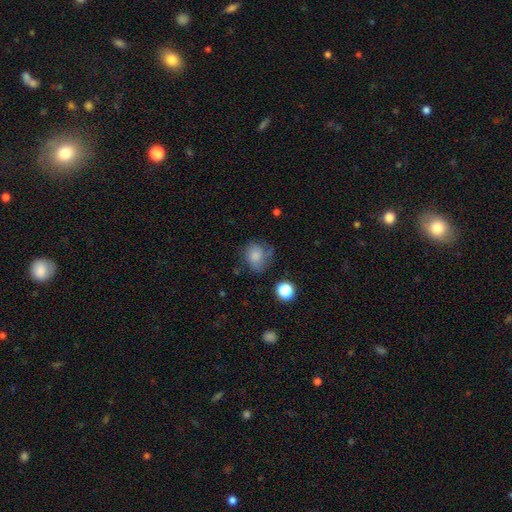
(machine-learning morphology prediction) This appears to be a smooth galaxy with no disk features (77%) that is round (60%). Merging: none (51%).